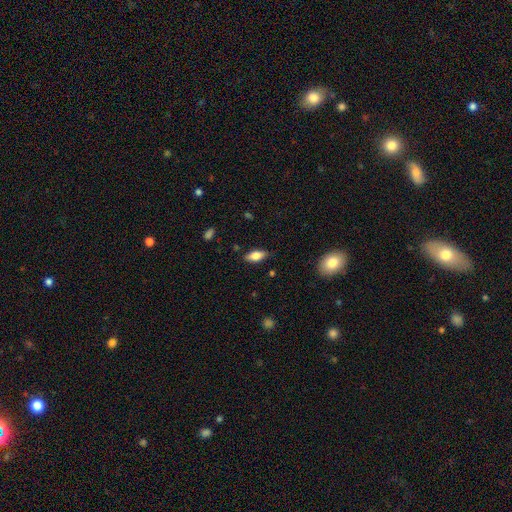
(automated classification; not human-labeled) Overall: smooth (75%). How rounded: in between (82%). Merging: none (83%).